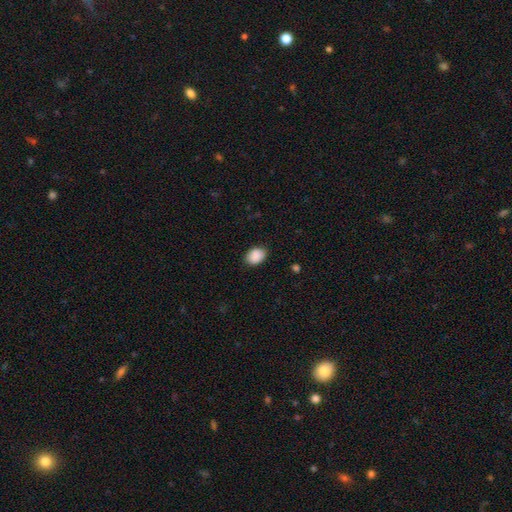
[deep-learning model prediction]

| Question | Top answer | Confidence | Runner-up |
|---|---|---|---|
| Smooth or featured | smooth | 90% | star or artifact (7%) |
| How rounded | in between | 76% | round (23%) |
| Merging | none | 85% | minor disturbance (11%) |